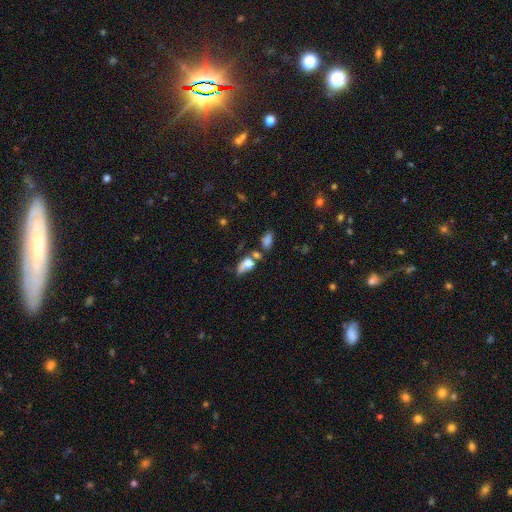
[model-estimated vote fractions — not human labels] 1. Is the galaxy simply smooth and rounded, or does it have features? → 49% smooth, 27% featured or disk, 24% star or artifact.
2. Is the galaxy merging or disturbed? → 56% none, 24% merger, 13% minor disturbance, 7% major disturbance.